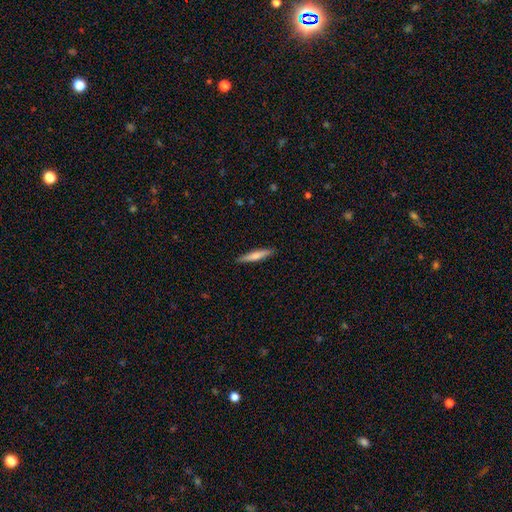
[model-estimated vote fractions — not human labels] This is likely a smooth galaxy (65%). How rounded: clearly cigar-shaped (91%). Merging: clearly none (90%).